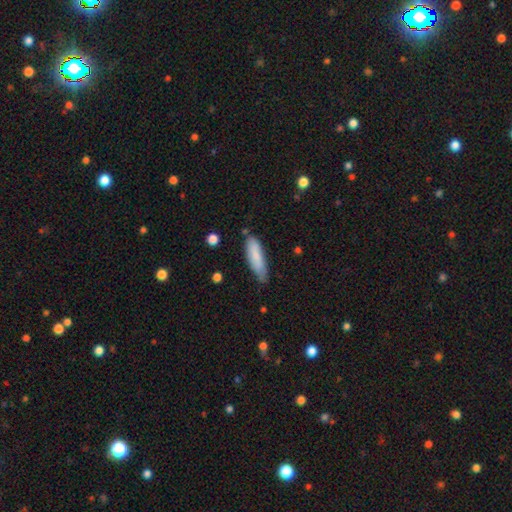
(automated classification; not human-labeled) A smooth galaxy with no disk features (81%) that is cigar-shaped (59%). Merging: none (68%).